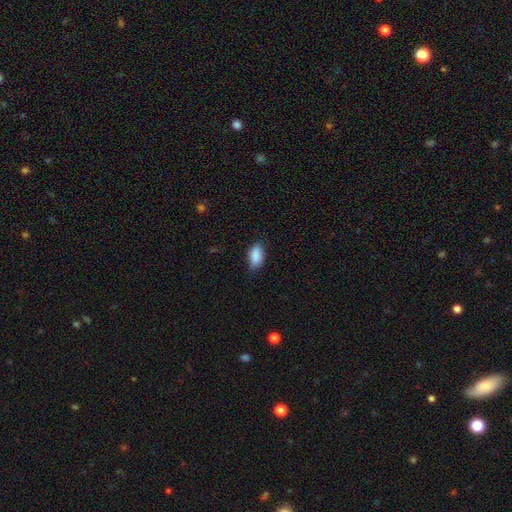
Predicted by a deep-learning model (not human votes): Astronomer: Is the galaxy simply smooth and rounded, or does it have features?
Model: smooth — 88%.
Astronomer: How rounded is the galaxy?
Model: in between — 91%.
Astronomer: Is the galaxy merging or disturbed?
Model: none — 72%.